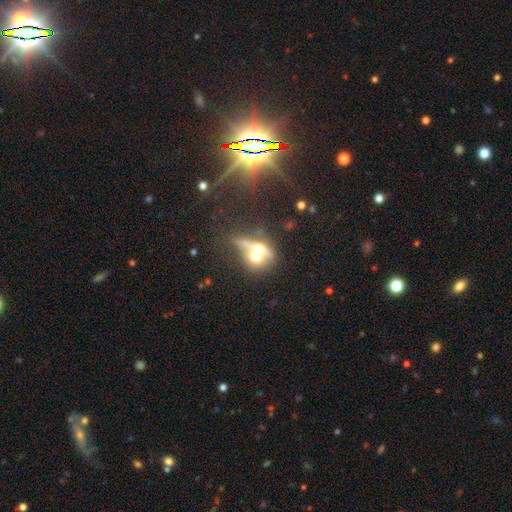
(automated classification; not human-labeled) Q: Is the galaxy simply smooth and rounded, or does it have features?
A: smooth — 52%.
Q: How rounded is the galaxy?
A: round — 58%.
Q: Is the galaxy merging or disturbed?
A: merger — 68%.